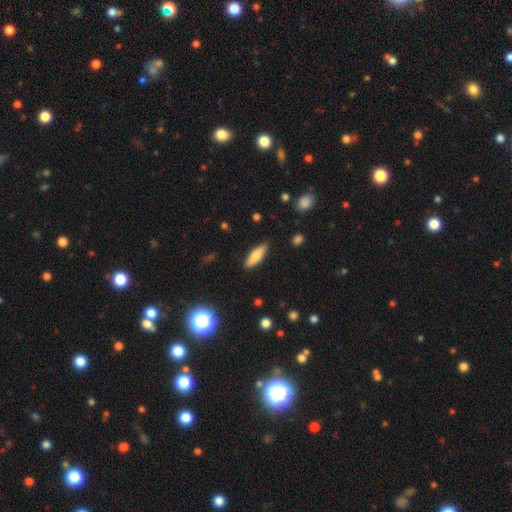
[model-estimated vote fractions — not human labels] smooth 76%, featured or disk 18%, star or artifact 7%. Down the decision tree: how rounded — in between (51%); merging — none (87%).